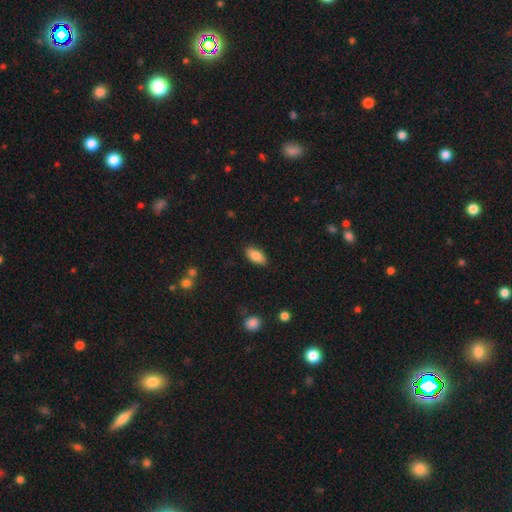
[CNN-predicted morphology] Smooth or featured?
  - smooth: 85% *
  - featured or disk: 8%
  - star or artifact: 7%
How rounded?
  - in between: 90% *
  - cigar-shaped: 7%
  - round: 3%
Merging?
  - none: 87% *
  - minor disturbance: 10%
  - major disturbance: 2%
  - merger: 1%